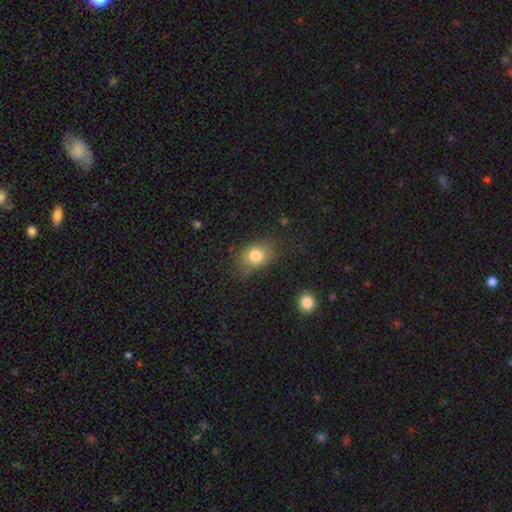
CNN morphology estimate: Q: Smooth or featured?
A: smooth (79%); runner-up: featured or disk (11%)
Q: How rounded?
A: in between (64%); runner-up: round (34%)
Q: Merging?
A: none (68%); runner-up: minor disturbance (22%)